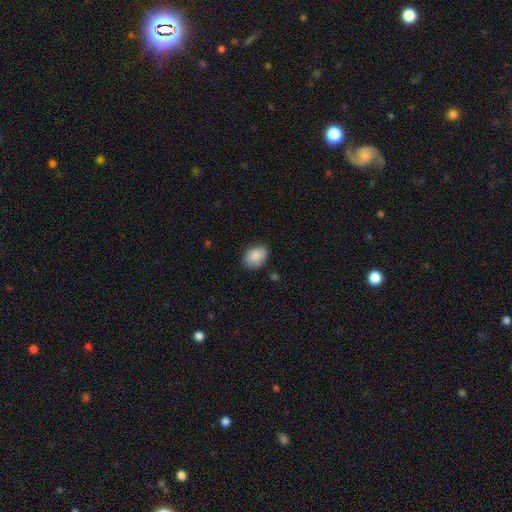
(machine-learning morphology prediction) Overall: smooth (87%). How rounded: in between (68%; round 31%). Merging: none (69%).